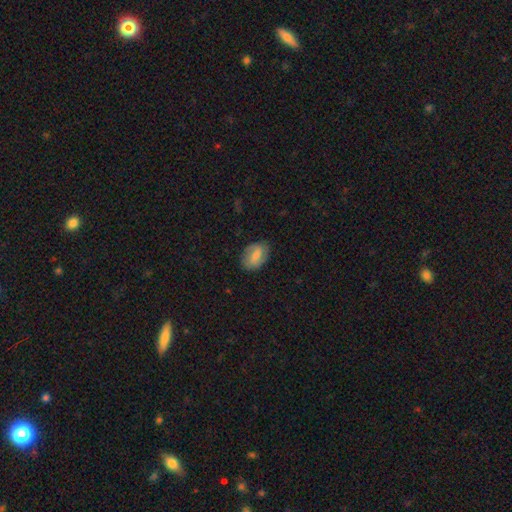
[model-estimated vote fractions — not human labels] Q: Smooth or featured?
A: smooth (56%); runner-up: featured or disk (36%)
Q: How rounded?
A: in between (78%); runner-up: round (20%)
Q: Merging?
A: none (75%); runner-up: minor disturbance (19%)